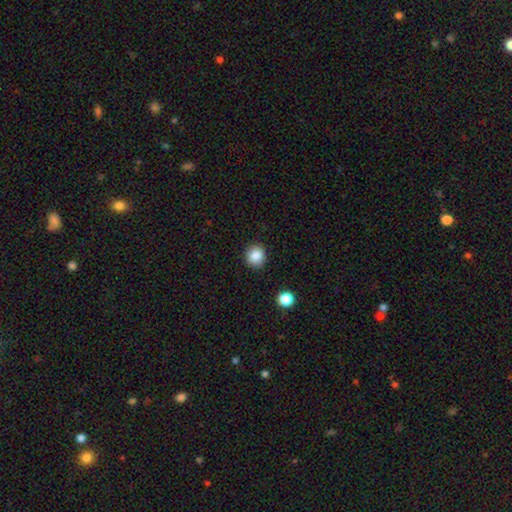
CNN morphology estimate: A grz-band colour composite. It shows a smooth galaxy with no disk features (86%) that is round (88%). Merging: none (90%).